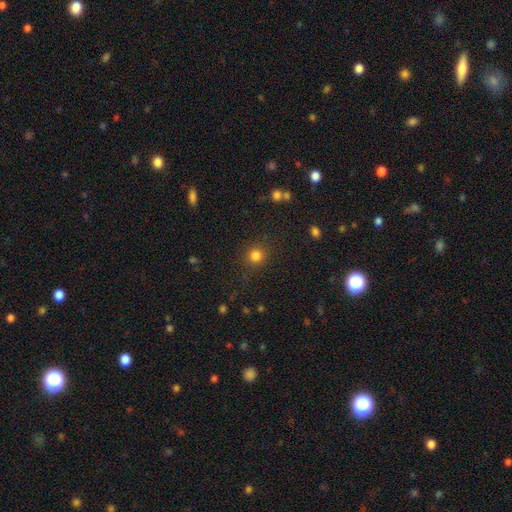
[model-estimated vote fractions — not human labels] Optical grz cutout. It shows a smooth galaxy with no disk features (82%) that is round (91%). Merging: none (88%).